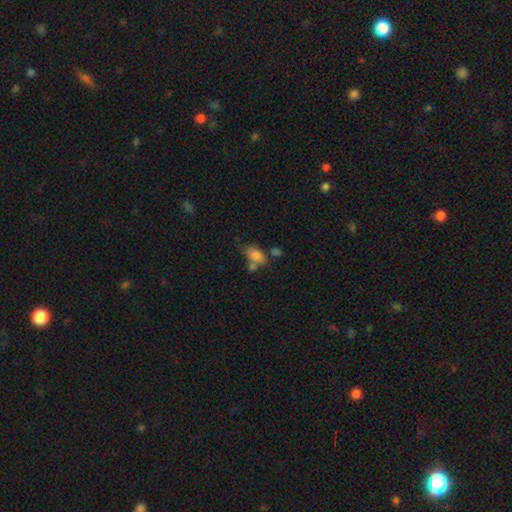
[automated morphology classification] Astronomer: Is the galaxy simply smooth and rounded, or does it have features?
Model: smooth — 80%.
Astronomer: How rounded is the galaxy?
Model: in between — 88%.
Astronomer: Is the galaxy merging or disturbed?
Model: none — 46% (runner-up: merger, 26%).